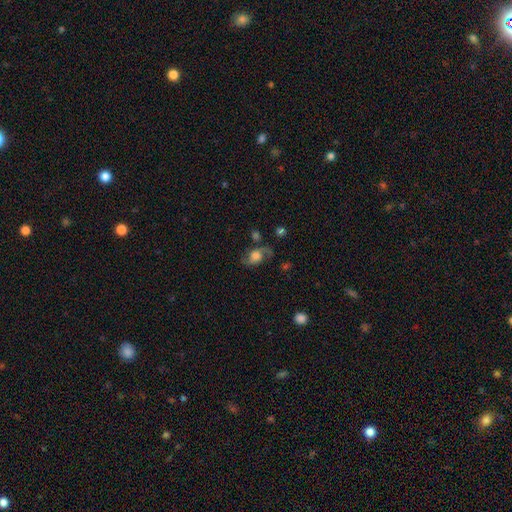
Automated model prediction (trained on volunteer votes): Overall: featured or disk (68%). Edge-on disk: no (95%). Bar: no (69%). Spiral arms: yes (91%). Spiral arm count: 2 (91%). Spiral winding: loose (57%; medium 35%). Bulge size: large (49%; moderate 27%). Merging: none (70%).